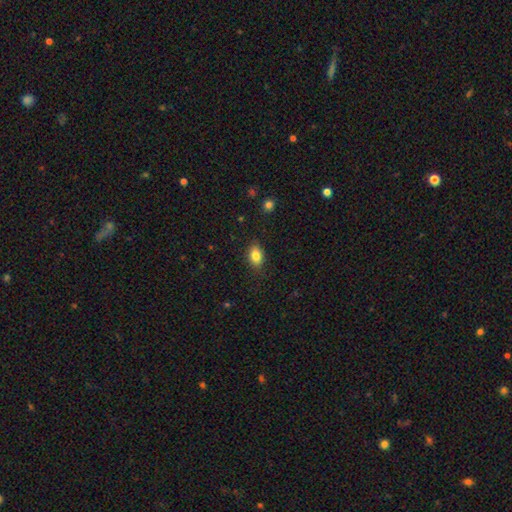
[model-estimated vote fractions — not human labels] Smooth or featured? Predicted: smooth (p=0.84). How rounded? Predicted: in between (p=0.84). Merging? Predicted: none (p=0.85).